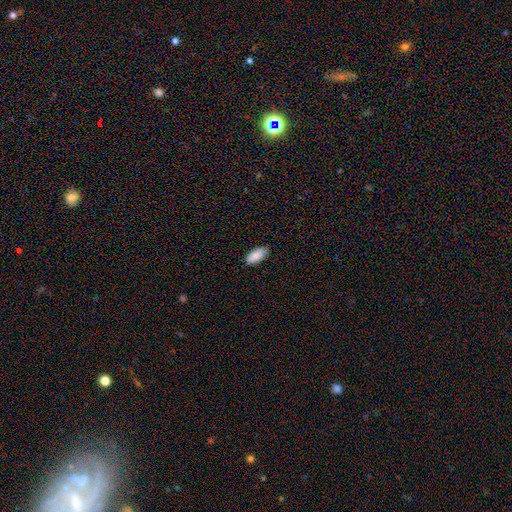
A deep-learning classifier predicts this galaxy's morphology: Q: Smooth or featured?
A: smooth (89%); runner-up: star or artifact (6%)
Q: How rounded?
A: in between (93%); runner-up: cigar-shaped (5%)
Q: Merging?
A: none (84%); runner-up: minor disturbance (13%)